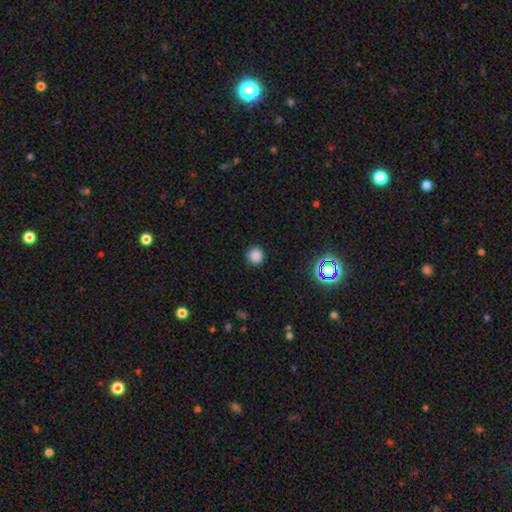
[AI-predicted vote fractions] This appears to be a smooth galaxy with no disk features (82%) that is round (95%). Merging: none (91%).